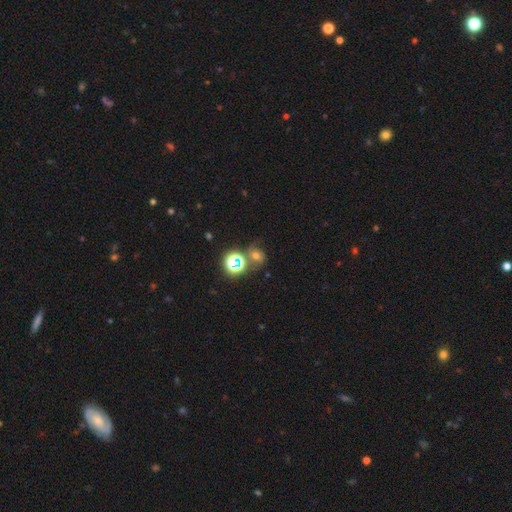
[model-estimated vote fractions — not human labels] Smooth or featured? smooth (45%)
Merging? none (54%)